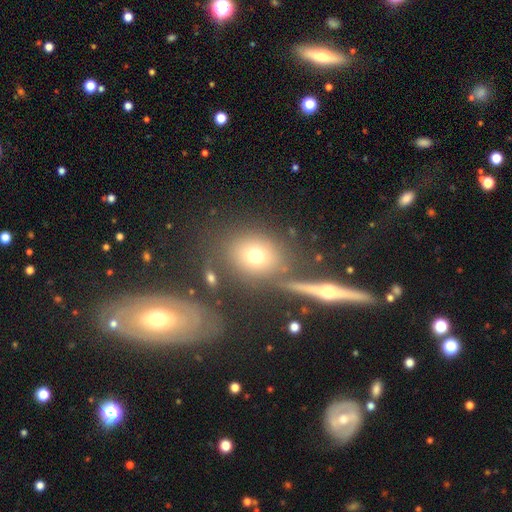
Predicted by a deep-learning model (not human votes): A smooth galaxy with no disk features (68%) that is round (65%).

Vote fractions:
- Smooth or featured? smooth: 68% / featured or disk: 19% / star or artifact: 13%
- How rounded? round: 65% / in between: 32% / cigar-shaped: 2%
- Merging? none: 67% / minor disturbance: 13% / merger: 13% / major disturbance: 8%